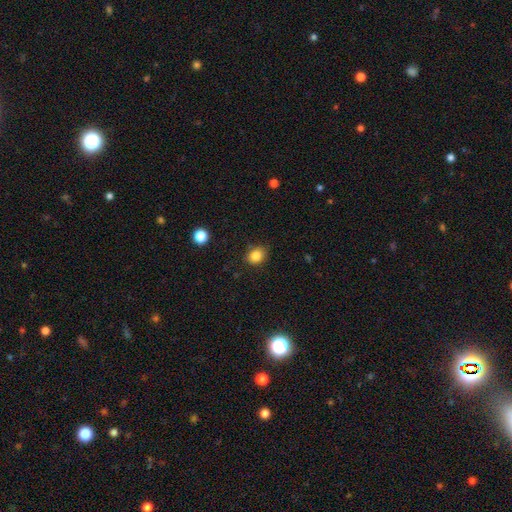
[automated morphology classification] A smooth galaxy with no disk features (84%) that is round (53%). Merging: none (81%).